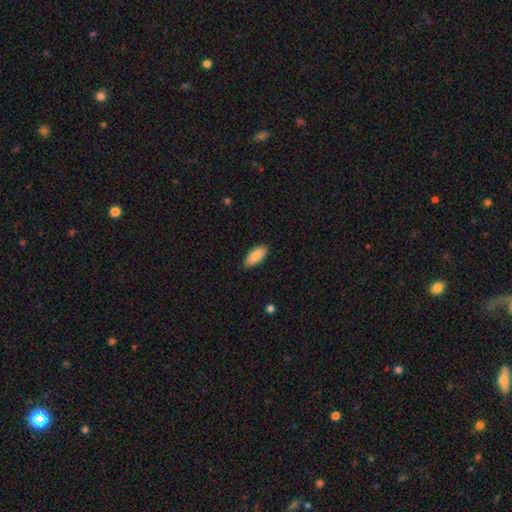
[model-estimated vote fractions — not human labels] This appears to be a smooth galaxy with no disk features (89%) that is in between round and cigar-shaped (89%). Merging: none (88%).